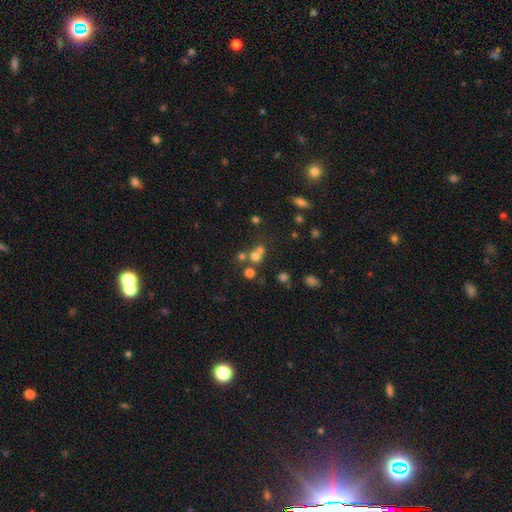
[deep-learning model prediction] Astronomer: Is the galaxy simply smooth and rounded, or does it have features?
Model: smooth — 61%.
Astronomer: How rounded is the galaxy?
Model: round — 85%.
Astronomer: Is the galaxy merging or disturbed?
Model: none — 47% (runner-up: merger, 41%).